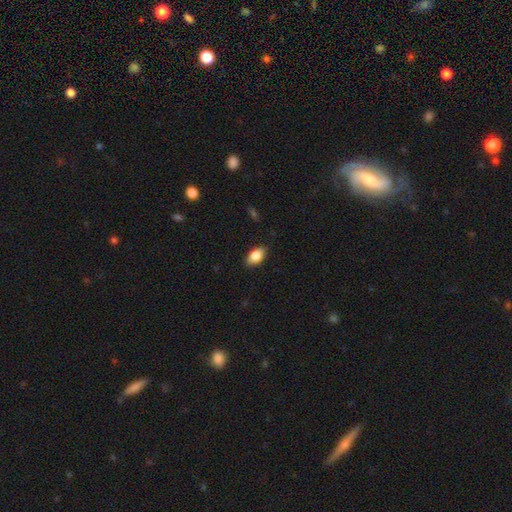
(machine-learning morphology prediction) This is clearly a smooth galaxy (84%). How rounded: clearly in between (91%). Merging: clearly none (85%).